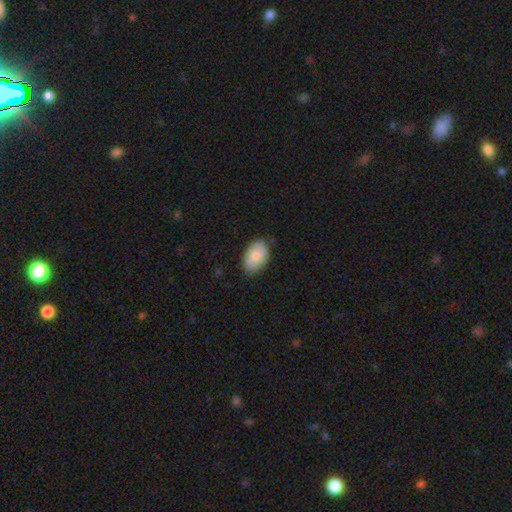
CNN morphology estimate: smooth_or_featured: smooth (p=0.81) [alt: featured or disk p=0.13]
how_rounded: in between (p=0.92) [alt: round p=0.07]
merging: none (p=0.79) [alt: minor disturbance p=0.17]